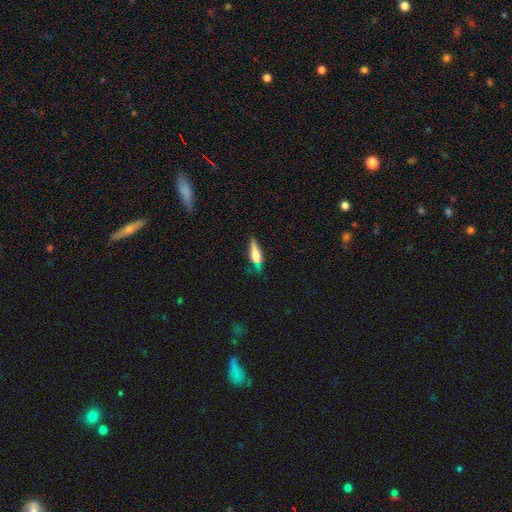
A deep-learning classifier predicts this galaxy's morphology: Smooth or featured? smooth (50%)
How rounded? cigar-shaped (57%)
Merging? none (53%)